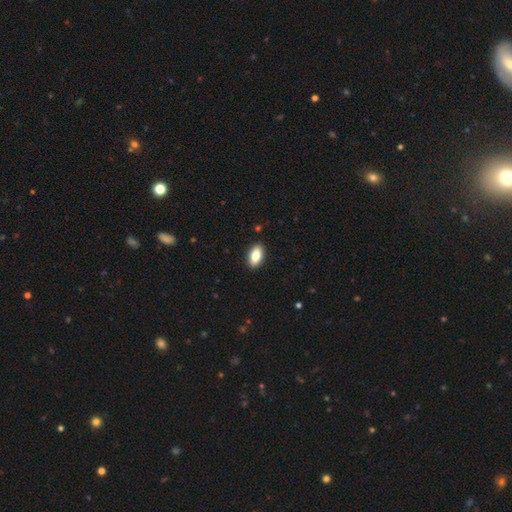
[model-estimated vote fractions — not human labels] Smooth or featured?
  - smooth: 83% *
  - featured or disk: 10%
  - star or artifact: 7%
How rounded?
  - in between: 91% *
  - round: 5%
  - cigar-shaped: 4%
Merging?
  - none: 91% *
  - minor disturbance: 7%
  - major disturbance: 2%
  - merger: 1%